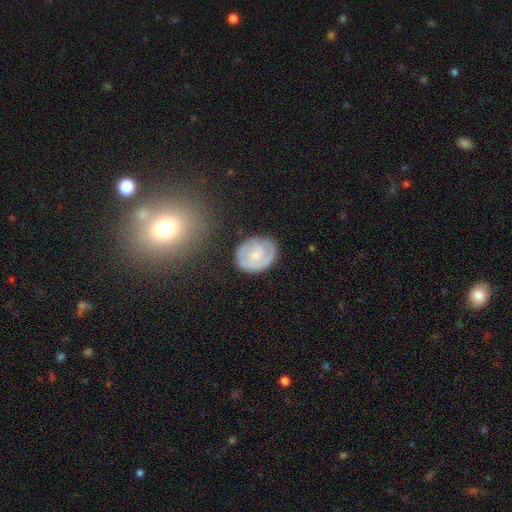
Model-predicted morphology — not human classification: This is likely a featured or disk galaxy (62%). It is clearly not viewed edge-on (97%). Bar: likely no (66%). Spiral arm pattern: clearly yes (84%). Spiral arm count: possibly 2 (46%). Spiral winding: likely tight (62%). Central bulge: likely small (63%). Merging: likely none (74%).